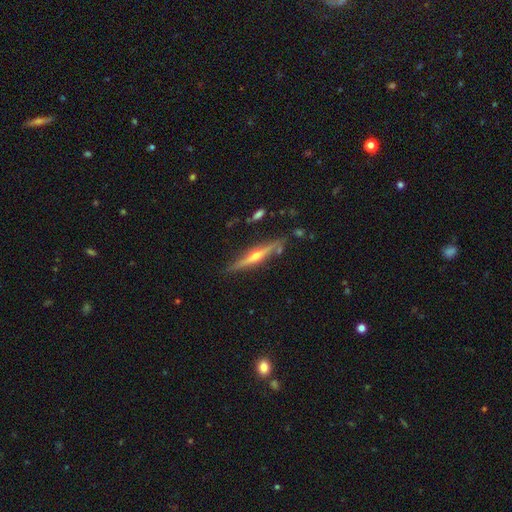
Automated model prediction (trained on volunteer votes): Smooth or featured? featured or disk (75%)
Edge-on disk? yes (97%)
Edge-on bulge? rounded (90%)
Merging? none (84%)